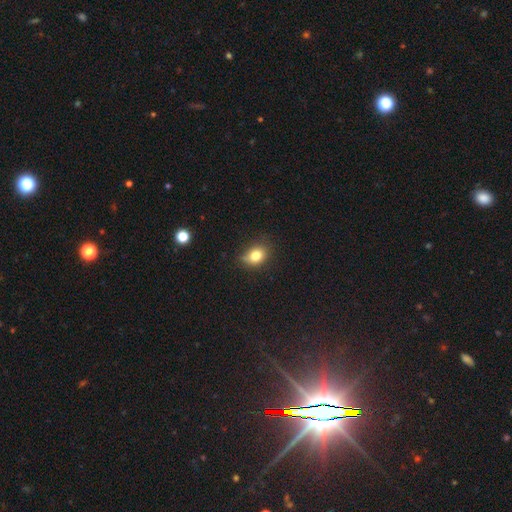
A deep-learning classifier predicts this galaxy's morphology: smooth_or_featured: smooth (p=0.79) [alt: star or artifact p=0.12]
how_rounded: in between (p=0.56) [alt: round p=0.42]
merging: none (p=0.61) [alt: minor disturbance p=0.30]